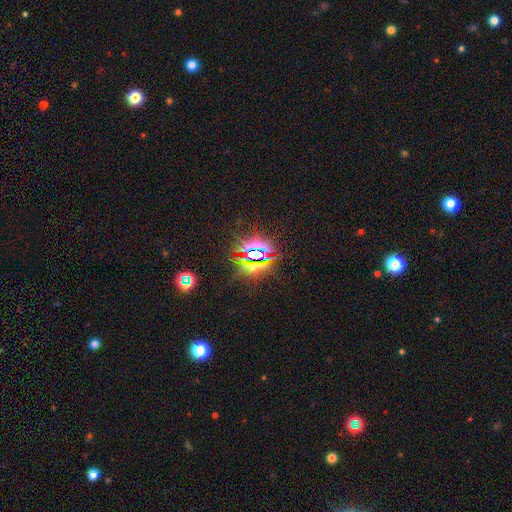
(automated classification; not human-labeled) A star or artifact, not a galaxy (79%).